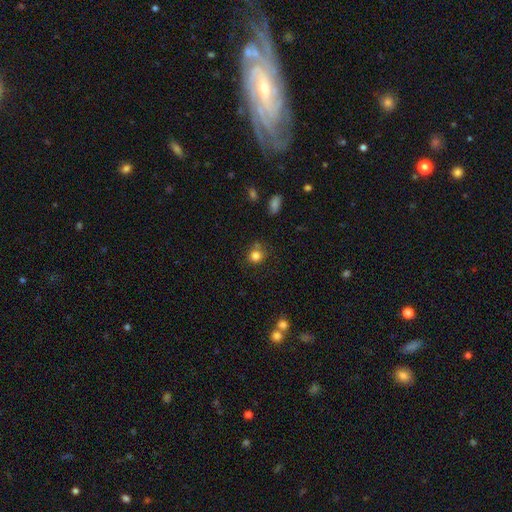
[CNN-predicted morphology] Smooth or featured?
  - smooth: 81% *
  - star or artifact: 12%
  - featured or disk: 7%
How rounded?
  - round: 81% *
  - in between: 18%
  - cigar-shaped: 1%
Merging?
  - none: 67% *
  - minor disturbance: 17%
  - merger: 11%
  - major disturbance: 5%